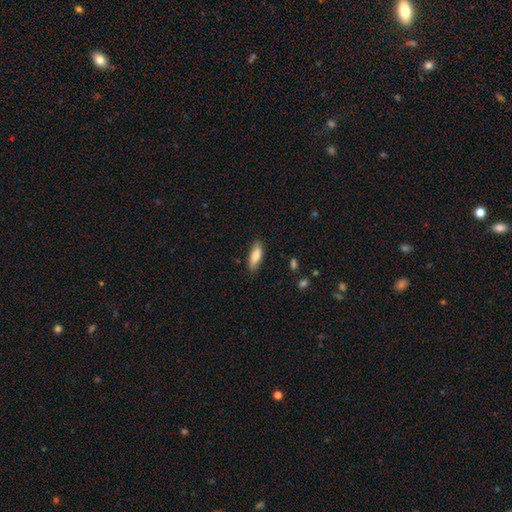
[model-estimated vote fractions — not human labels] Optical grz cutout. It shows a smooth galaxy with no disk features (79%) that is in between round and cigar-shaped (66%). Merging: none (85%).